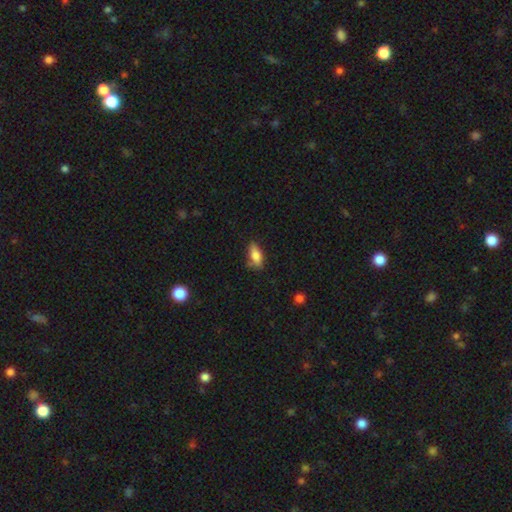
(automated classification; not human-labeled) The model was most divided on "merging": none: 70%, minor disturbance: 22%, major disturbance: 4%, merger: 4%. More confident: how rounded — in between (78%); smooth or featured — smooth (78%).